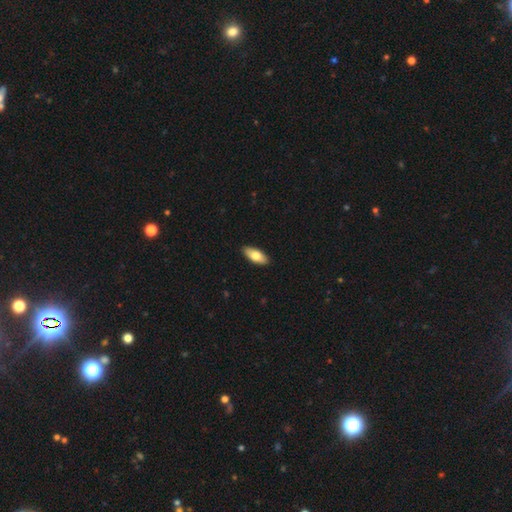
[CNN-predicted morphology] type=smooth (75%); roundness=in between (83%); merging=none (90%).